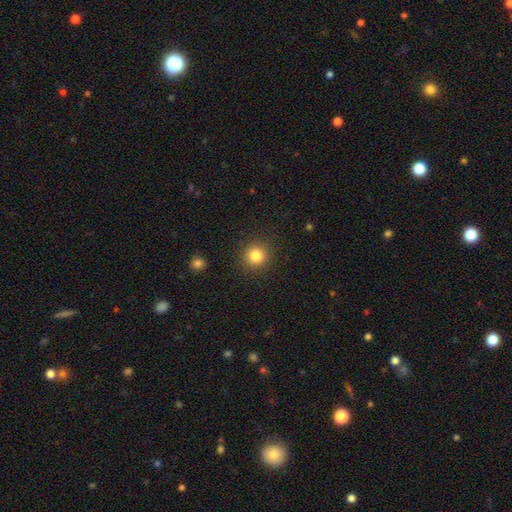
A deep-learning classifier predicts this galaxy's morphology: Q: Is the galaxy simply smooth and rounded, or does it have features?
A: smooth — 83%.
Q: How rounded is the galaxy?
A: round — 93%.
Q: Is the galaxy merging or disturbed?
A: none — 90%.